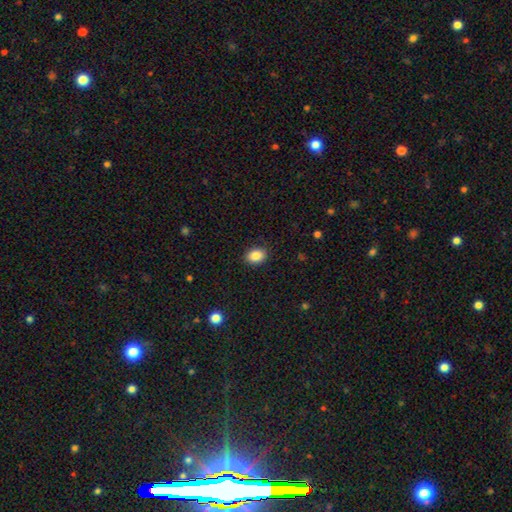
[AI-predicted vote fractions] The model was most divided on "how rounded": in between: 68%, round: 31%, cigar-shaped: 1%. More confident: merging — none (88%); smooth or featured — smooth (86%).